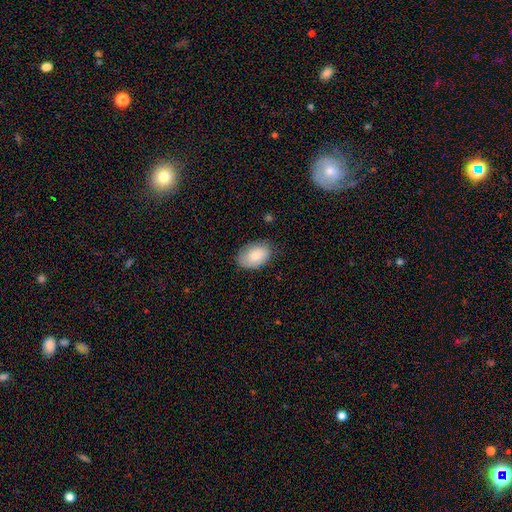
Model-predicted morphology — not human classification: This is clearly a smooth galaxy (80%). How rounded: clearly in between (89%). Merging: likely none (73%).